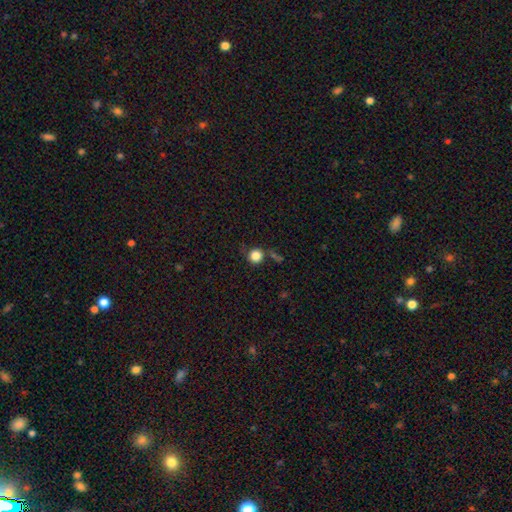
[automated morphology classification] A smooth galaxy with no disk features (83%) that is round (93%).

Vote fractions:
- Smooth or featured? smooth: 83% / star or artifact: 11% / featured or disk: 6%
- How rounded? round: 93% / in between: 6% / cigar-shaped: 1%
- Merging? none: 72% / minor disturbance: 14% / merger: 9% / major disturbance: 6%